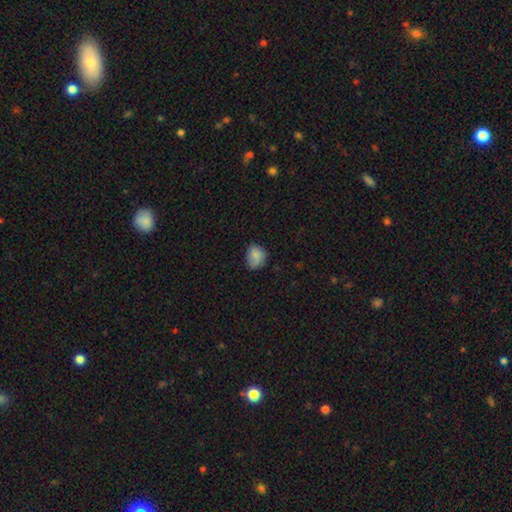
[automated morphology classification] Smooth or featured: smooth — 82% (featured or disk — 9%)
How rounded: round — 51% (in between — 48%)
Merging: none — 67% (minor disturbance — 26%)